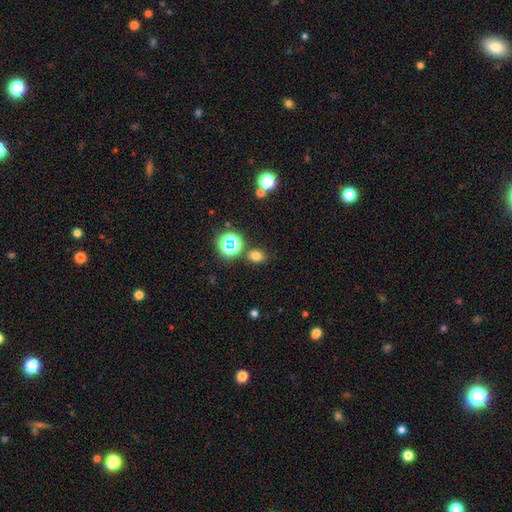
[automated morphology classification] The model was most divided on "how rounded": round: 61%, in between: 38%, cigar-shaped: 1%. More confident: merging — none (80%); smooth or featured — smooth (70%).